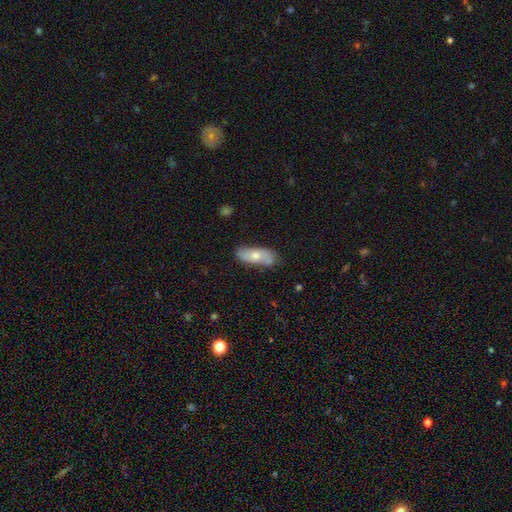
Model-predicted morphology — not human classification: type=smooth (65%); roundness=in between (76%); merging=none (68%).